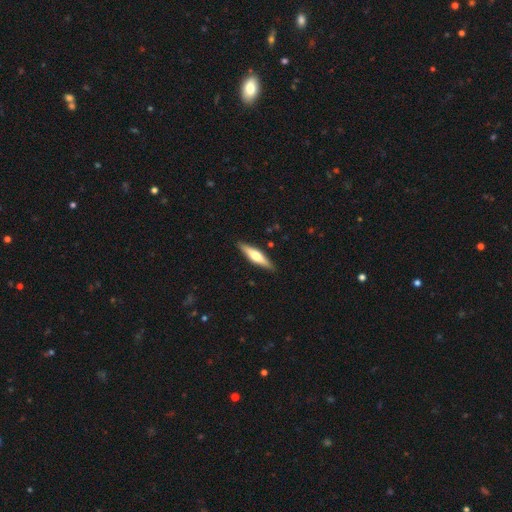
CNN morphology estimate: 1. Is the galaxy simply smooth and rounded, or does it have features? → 52% featured or disk, 43% smooth, 5% star or artifact.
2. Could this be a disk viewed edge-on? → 94% yes, 6% no.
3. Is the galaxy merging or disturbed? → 89% none, 8% minor disturbance, 2% major disturbance, 1% merger.